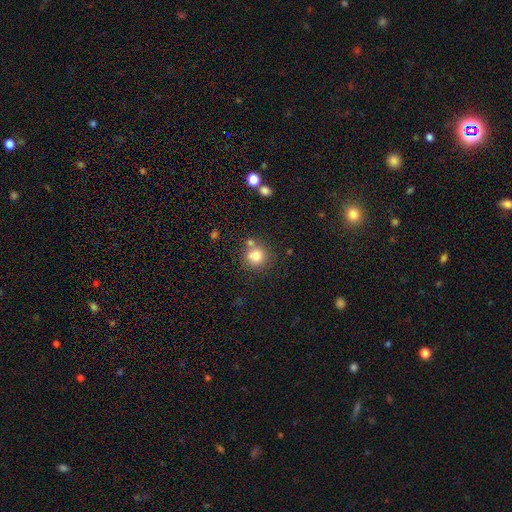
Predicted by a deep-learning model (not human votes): Smooth or featured: smooth — 80% (star or artifact — 12%)
How rounded: round — 88% (in between — 11%)
Merging: none — 67% (merger — 17%)